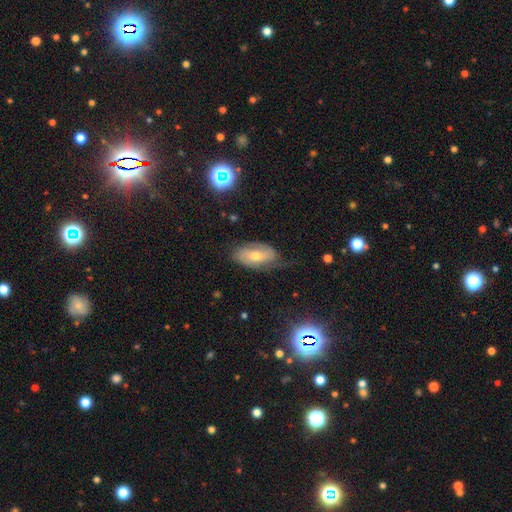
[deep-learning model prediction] Smooth or featured? featured or disk (51%)
Edge-on disk? no (89%)
Merging? none (52%)